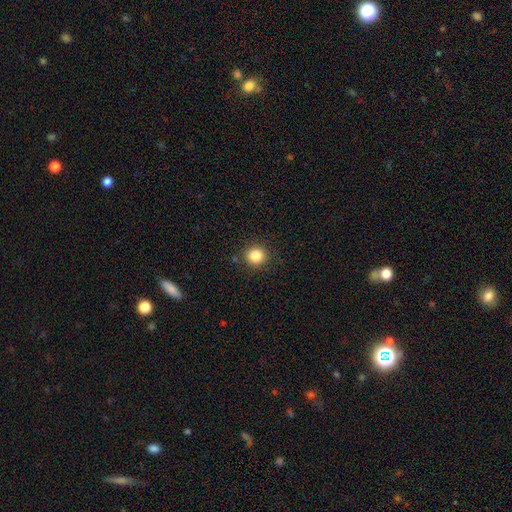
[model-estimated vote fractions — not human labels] The model was most divided on "smooth or featured": smooth: 84%, star or artifact: 11%, featured or disk: 5%. More confident: how rounded — round (90%); merging — none (89%).